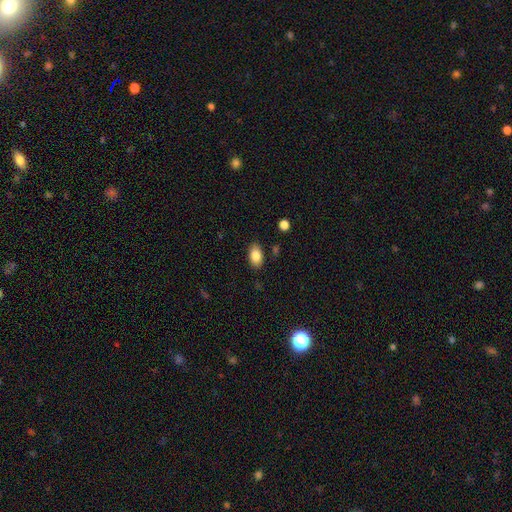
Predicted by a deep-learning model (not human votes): smooth-or-featured: smooth: 85% | star or artifact: 8% | featured or disk: 7%
  how-rounded: in between: 90% | round: 8% | cigar-shaped: 2%
  merging: none: 85% | minor disturbance: 11% | major disturbance: 3% | merger: 2%